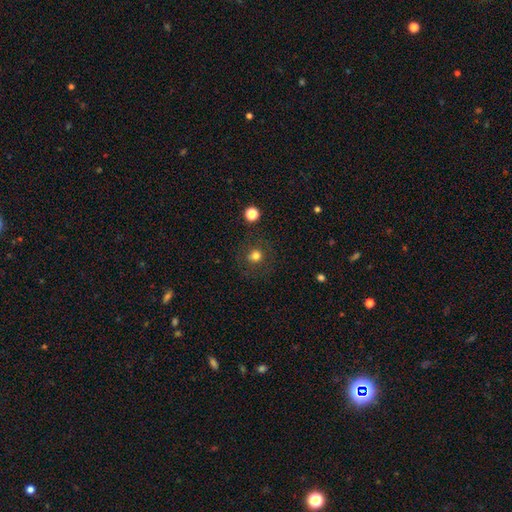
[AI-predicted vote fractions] Smooth or featured: smooth — 76% (star or artifact — 14%)
How rounded: round — 90% (in between — 9%)
Merging: none — 84% (minor disturbance — 9%)